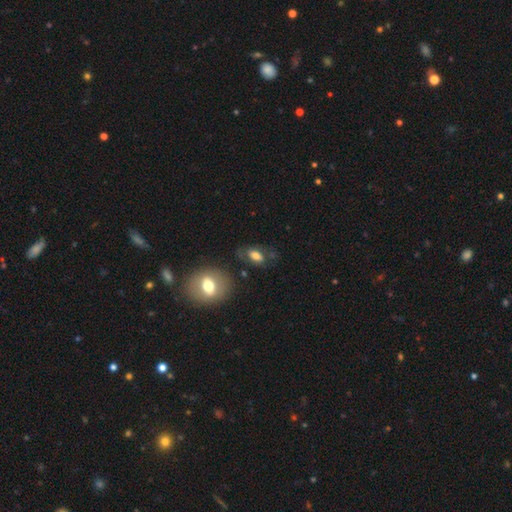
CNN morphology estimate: Smooth or featured? smooth (69%)
How rounded? in between (85%)
Merging? none (65%)